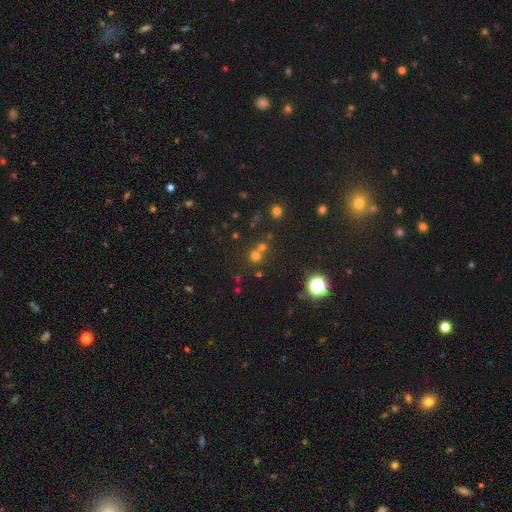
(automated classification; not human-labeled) Smooth or featured? Predicted: smooth (p=0.59). How rounded? Predicted: round (p=0.88). Merging? Predicted: none (p=0.51).